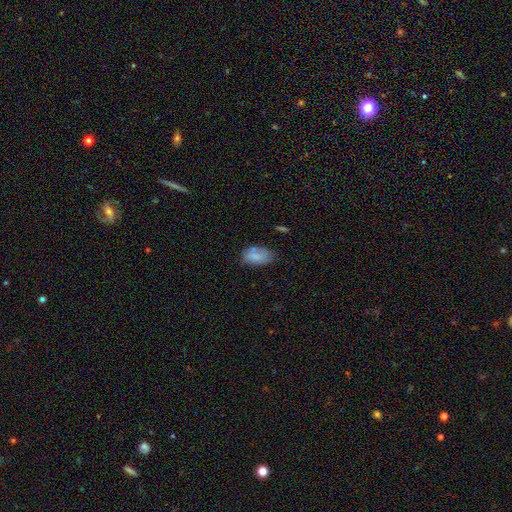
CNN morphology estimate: A smooth galaxy with no disk features (80%) that is in between round and cigar-shaped (93%).

Vote fractions:
- Smooth or featured? smooth: 80% / featured or disk: 12% / star or artifact: 8%
- How rounded? in between: 93% / round: 5% / cigar-shaped: 2%
- Merging? none: 62% / minor disturbance: 26% / major disturbance: 7% / merger: 6%